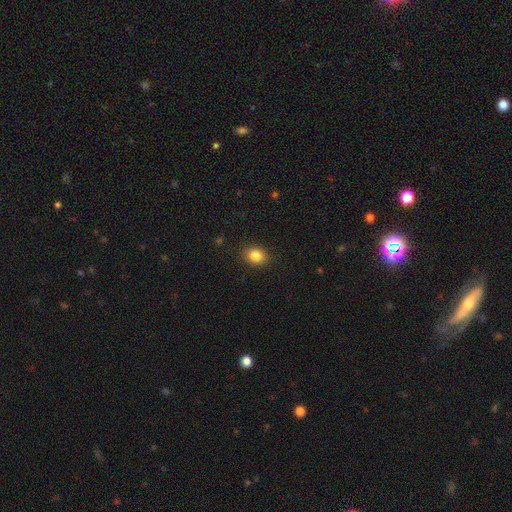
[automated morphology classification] smooth 84%, star or artifact 10%, featured or disk 6%. Down the decision tree: how rounded — in between (52%); merging — none (89%).